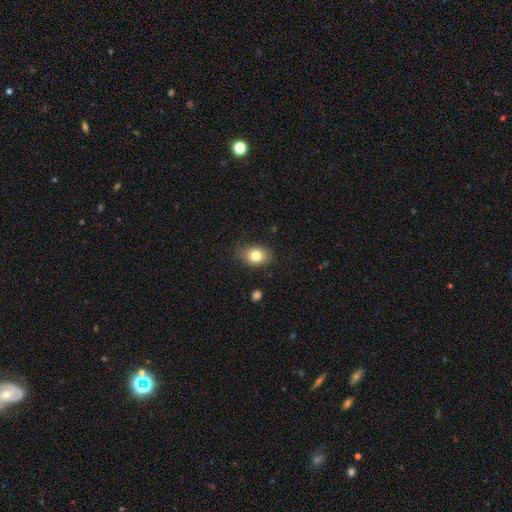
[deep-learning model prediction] A smooth galaxy with no disk features (81%) that is in between round and cigar-shaped (69%).

Vote fractions:
- Smooth or featured? smooth: 81% / featured or disk: 10% / star or artifact: 9%
- How rounded? in between: 69% / round: 29% / cigar-shaped: 1%
- Merging? none: 77% / minor disturbance: 18% / major disturbance: 4% / merger: 1%